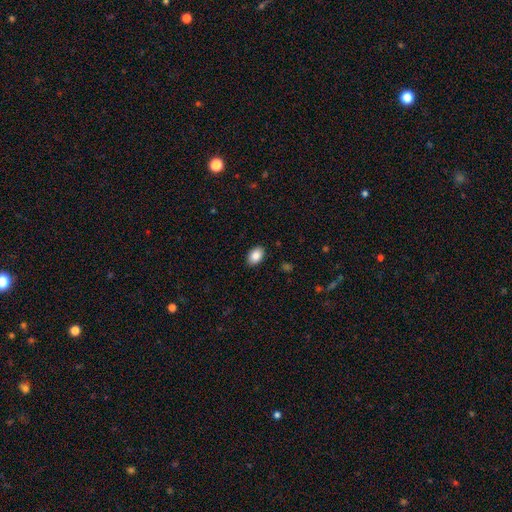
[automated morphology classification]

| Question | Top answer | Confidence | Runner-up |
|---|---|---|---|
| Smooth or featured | smooth | 87% | star or artifact (7%) |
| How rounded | in between | 85% | round (14%) |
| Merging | none | 90% | minor disturbance (7%) |